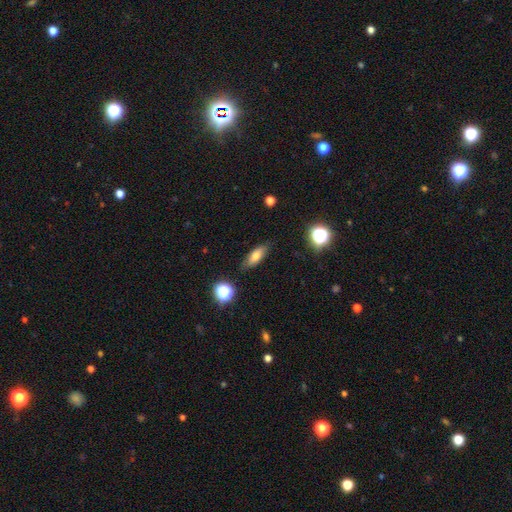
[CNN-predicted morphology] smooth-or-featured: smooth: 72% | featured or disk: 17% | star or artifact: 10%
  how-rounded: in between: 66% | cigar-shaped: 29% | round: 5%
  merging: none: 84% | minor disturbance: 12% | major disturbance: 3% | merger: 2%